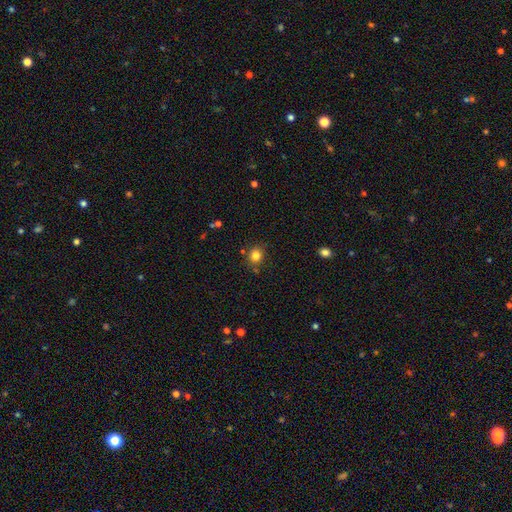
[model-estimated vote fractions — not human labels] Smooth or featured: smooth — 82% (star or artifact — 12%)
How rounded: round — 82% (in between — 17%)
Merging: none — 78% (minor disturbance — 12%)